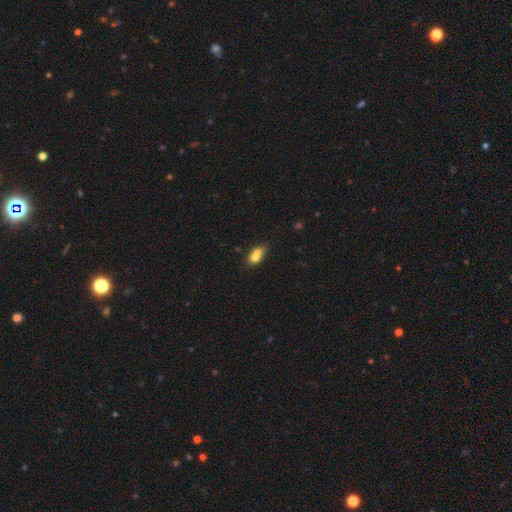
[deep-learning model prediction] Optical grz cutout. It shows a smooth galaxy with no disk features (70%) that is in between round and cigar-shaped (64%). Merging: merger (56%).